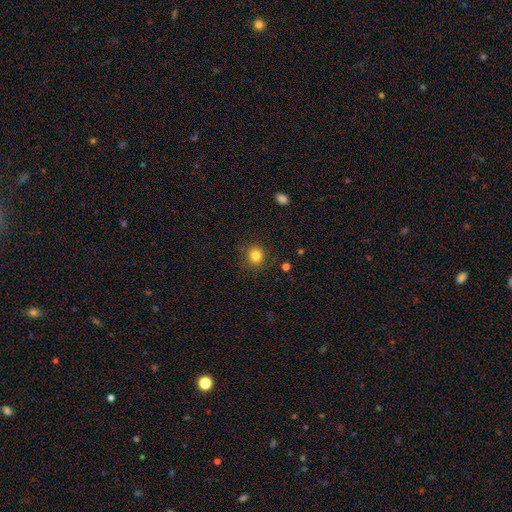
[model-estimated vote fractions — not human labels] The model was most divided on "smooth or featured": smooth: 83%, star or artifact: 12%, featured or disk: 5%. More confident: how rounded — round (89%); merging — none (88%).